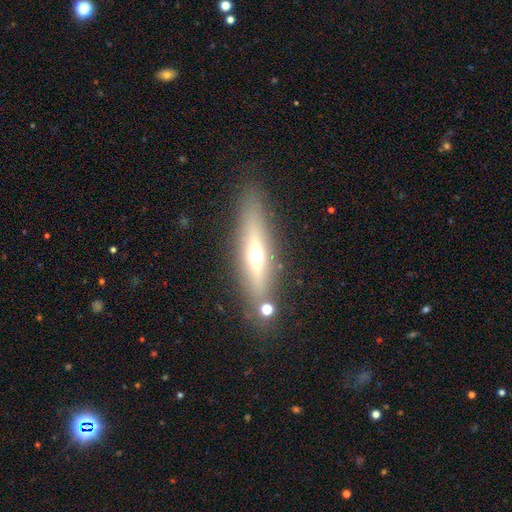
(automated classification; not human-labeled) Morphology: type=featured or disk (55%); edge-on=yes (86%); merging=none (81%).